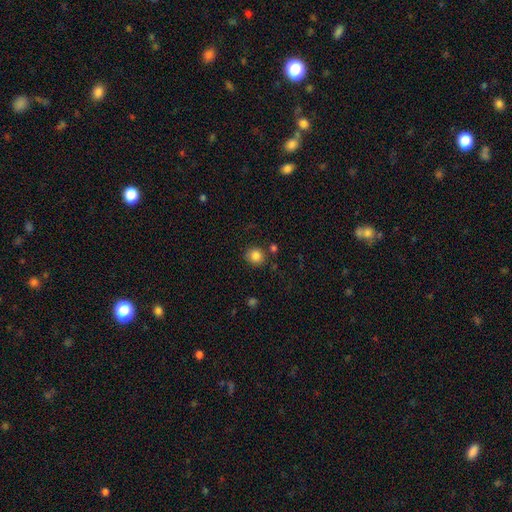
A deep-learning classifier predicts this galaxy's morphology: Overall: smooth (85%). How rounded: round (85%). Merging: none (83%).